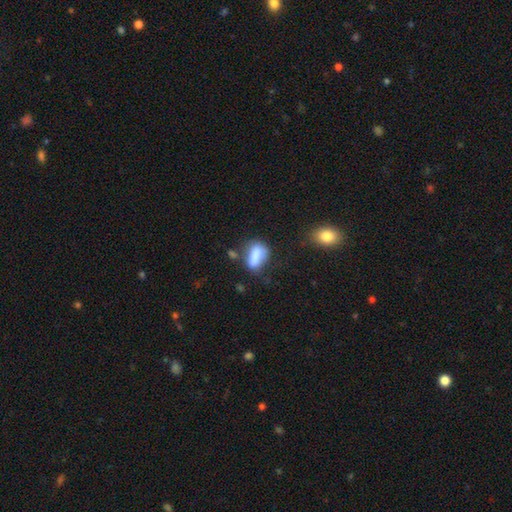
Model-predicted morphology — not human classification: Q: Smooth or featured?
A: smooth (73%); runner-up: featured or disk (17%)
Q: How rounded?
A: in between (71%); runner-up: cigar-shaped (19%)
Q: Merging?
A: none (46%); runner-up: minor disturbance (26%)